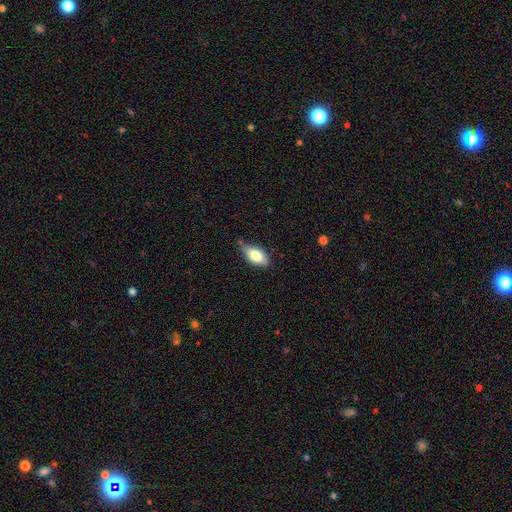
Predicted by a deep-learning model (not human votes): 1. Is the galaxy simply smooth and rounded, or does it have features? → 76% smooth, 17% featured or disk, 7% star or artifact.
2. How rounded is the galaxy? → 88% in between, 9% cigar-shaped, 4% round.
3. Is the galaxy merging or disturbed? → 60% none, 31% minor disturbance, 6% major disturbance, 3% merger.